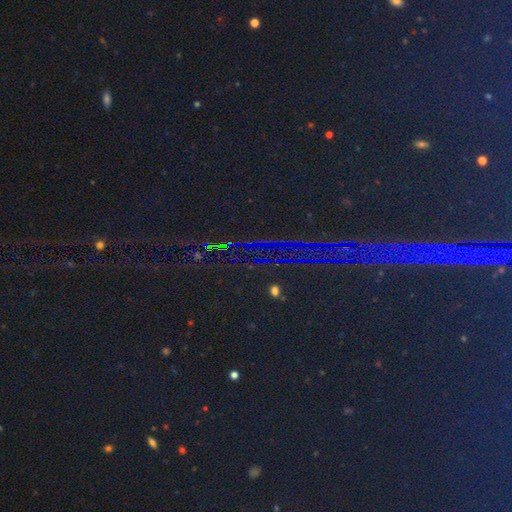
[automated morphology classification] smooth_or_featured: star or artifact (p=0.87) [alt: smooth p=0.07]